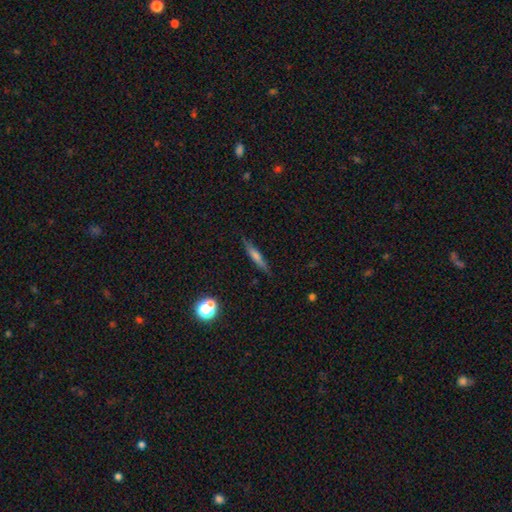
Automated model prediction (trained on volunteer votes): Overall: smooth (47%; featured or disk 42%). Merging: none (86%).